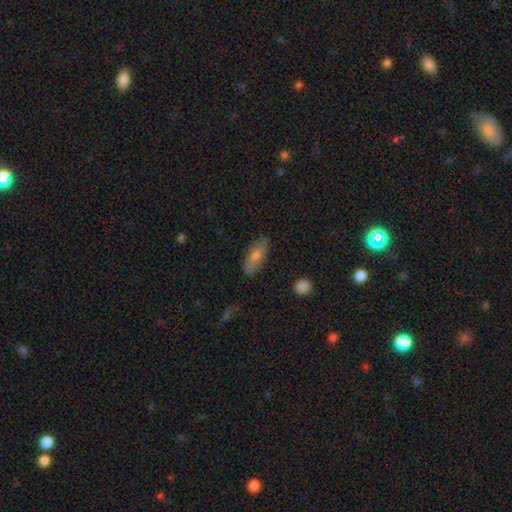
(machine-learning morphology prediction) Smooth or featured? Predicted: smooth (p=0.70). How rounded? Predicted: in between (p=0.79). Merging? Predicted: none (p=0.83).